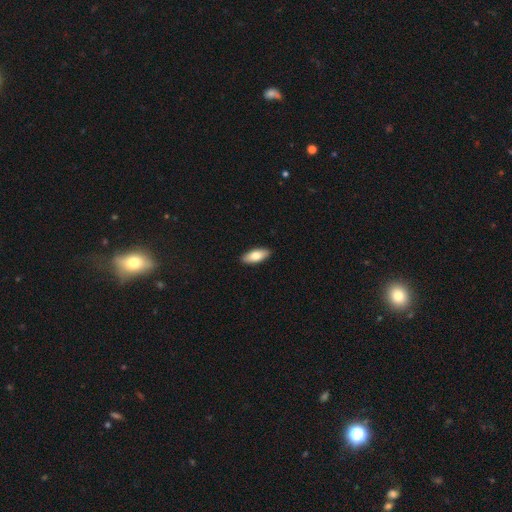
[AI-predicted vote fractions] smooth_or_featured: smooth (p=0.78) [alt: featured or disk p=0.16]
how_rounded: in between (p=0.81) [alt: cigar-shaped p=0.17]
merging: none (p=0.91) [alt: minor disturbance p=0.07]